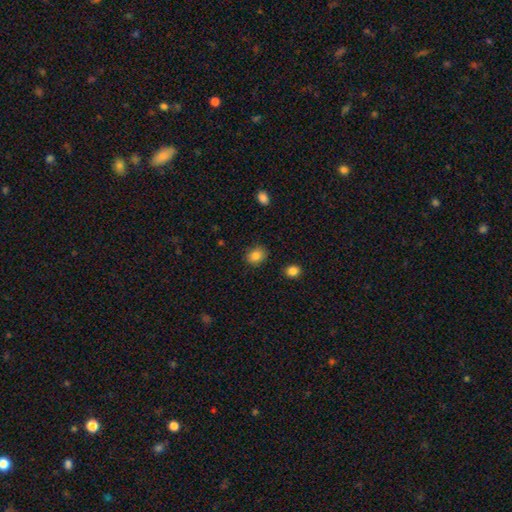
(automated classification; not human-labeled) smooth 84%, star or artifact 10%, featured or disk 6%. Down the decision tree: how rounded — round (61%); merging — none (86%).